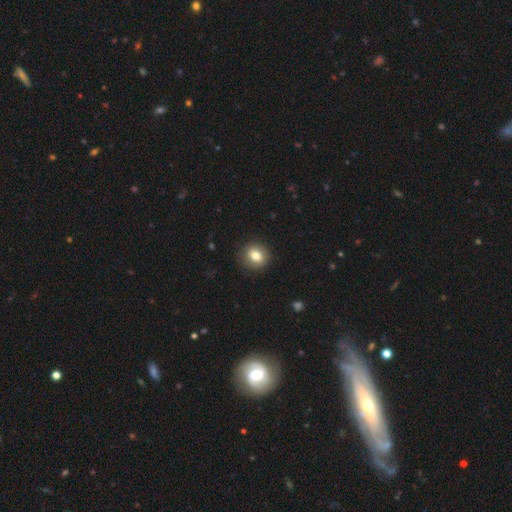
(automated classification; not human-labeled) Smooth or featured? Predicted: smooth (p=0.80). How rounded? Predicted: round (p=0.74). Merging? Predicted: none (p=0.89).